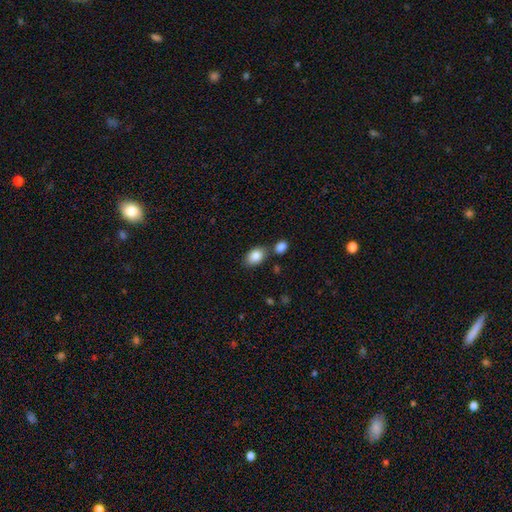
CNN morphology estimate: Smooth or featured: smooth — 87% (star or artifact — 7%)
How rounded: in between — 84% (round — 14%)
Merging: none — 67% (merger — 17%)